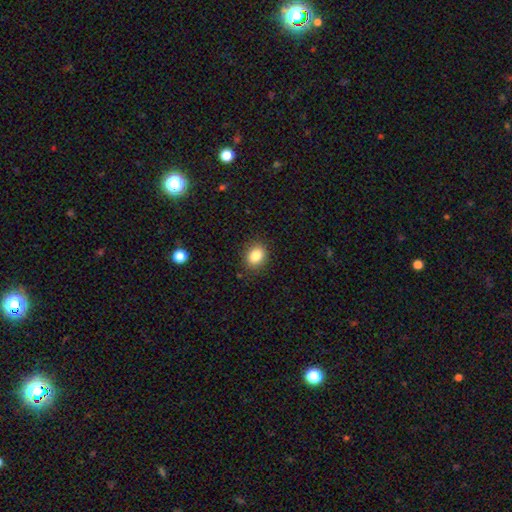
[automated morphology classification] This appears to be a smooth galaxy with no disk features (84%) that is round (52%). Merging: none (87%).